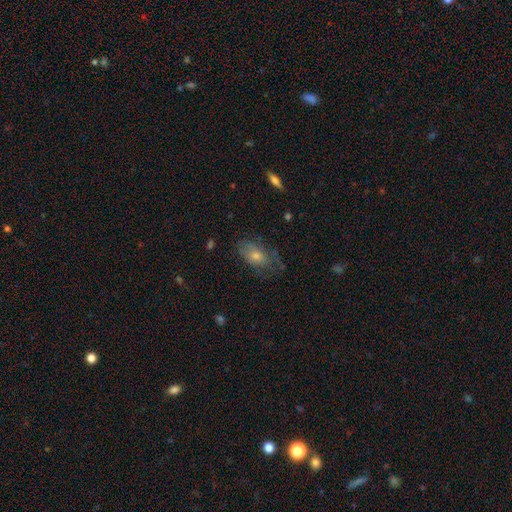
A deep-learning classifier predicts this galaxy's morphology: Overall: smooth (50%; featured or disk 38%). Merging: none (60%; minor disturbance 25%).